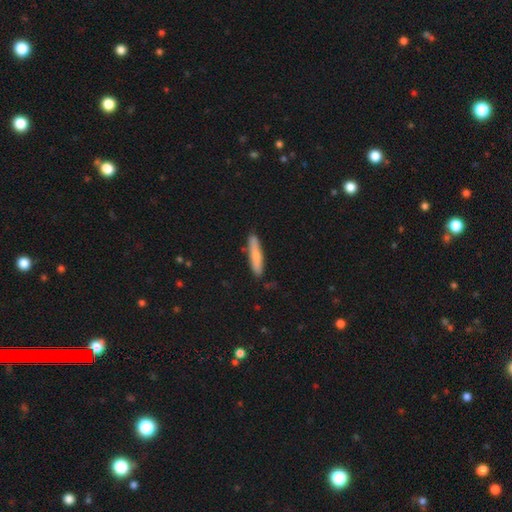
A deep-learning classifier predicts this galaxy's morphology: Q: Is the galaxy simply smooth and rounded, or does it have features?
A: smooth — 76%.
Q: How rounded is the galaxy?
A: cigar-shaped — 89%.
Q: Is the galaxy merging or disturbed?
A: none — 85%.